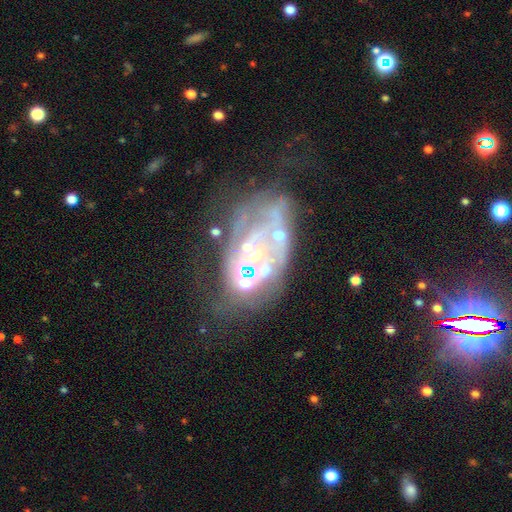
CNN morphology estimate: Smooth or featured: featured or disk — 71% (smooth — 15%)
Edge-on disk: no — 97% (yes — 3%)
Bar: no — 90% (weak — 7%)
Spiral arms: no — 81% (yes — 19%)
Bulge size: none — 51% (small — 32%)
Merging: none — 33% (major disturbance — 29%)